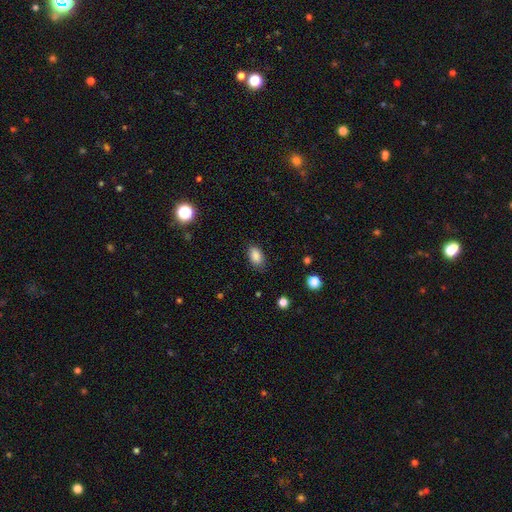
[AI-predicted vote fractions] A smooth galaxy with no disk features (87%) that is in between round and cigar-shaped (90%). Merging: none (82%).